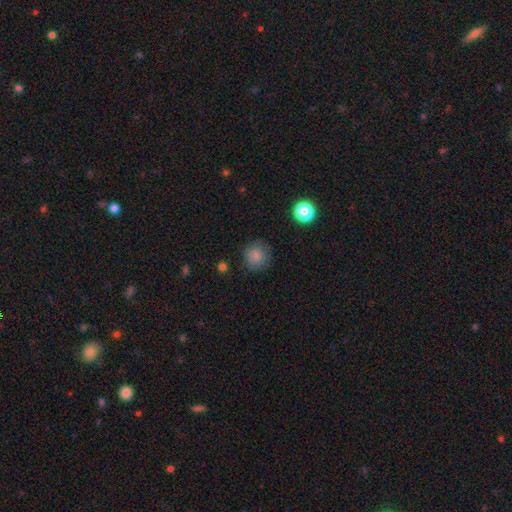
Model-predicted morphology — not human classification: This is clearly a smooth galaxy (84%). How rounded: clearly round (92%). Merging: clearly none (83%).